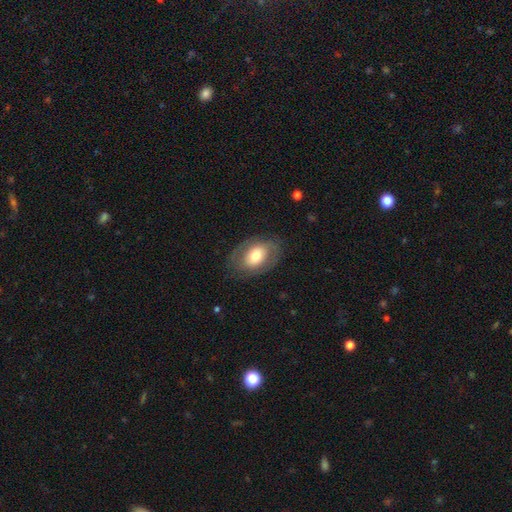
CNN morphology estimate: Smooth or featured: smooth — 54% (featured or disk — 39%)
How rounded: in between — 85% (round — 14%)
Merging: none — 75% (minor disturbance — 16%)